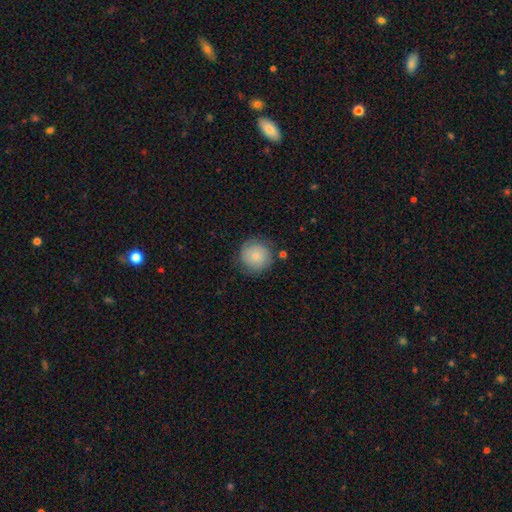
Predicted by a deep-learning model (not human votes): This is clearly a smooth galaxy (81%). How rounded: clearly round (94%). Merging: likely none (79%).